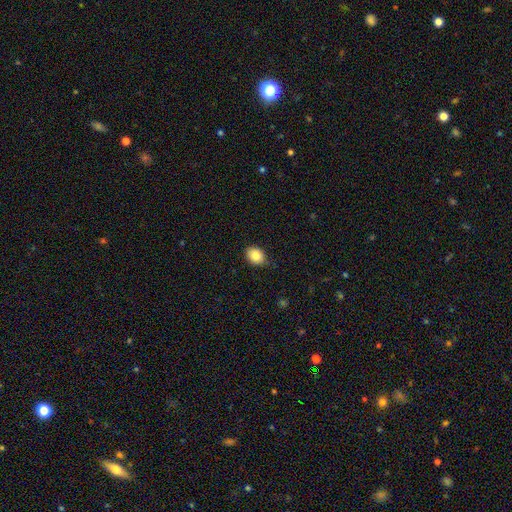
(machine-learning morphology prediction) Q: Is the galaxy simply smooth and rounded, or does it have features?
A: smooth — 83%.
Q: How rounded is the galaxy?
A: in between — 51%.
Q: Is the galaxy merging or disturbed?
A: none — 78%.